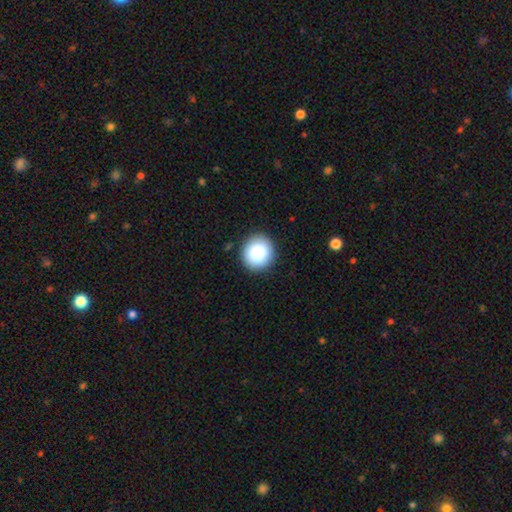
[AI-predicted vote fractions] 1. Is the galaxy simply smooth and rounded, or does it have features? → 87% smooth, 8% star or artifact, 5% featured or disk.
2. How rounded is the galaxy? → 90% round, 10% in between, 1% cigar-shaped.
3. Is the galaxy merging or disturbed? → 89% none, 7% minor disturbance, 2% major disturbance, 1% merger.